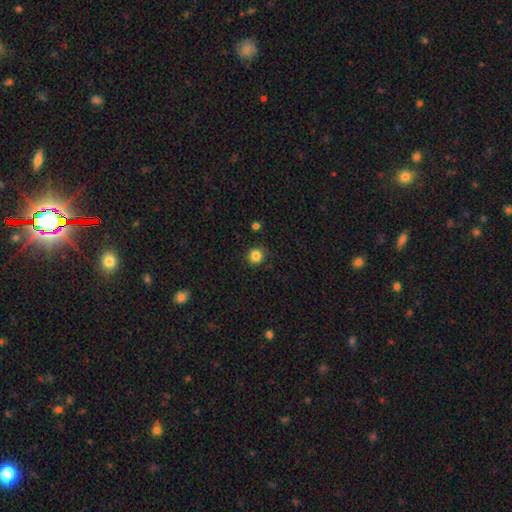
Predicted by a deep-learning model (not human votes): Smooth or featured? Predicted: smooth (p=0.85). How rounded? Predicted: round (p=0.90). Merging? Predicted: none (p=0.89).